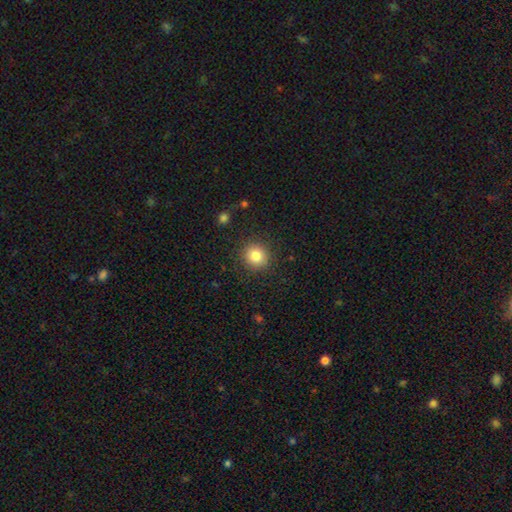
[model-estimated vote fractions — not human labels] This is clearly a smooth galaxy (84%). How rounded: clearly round (90%). Merging: clearly none (88%).